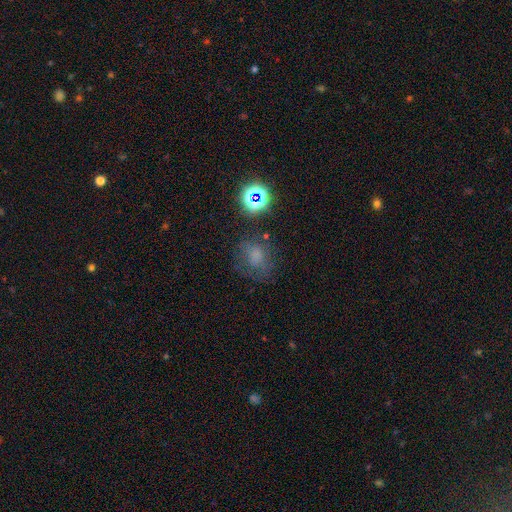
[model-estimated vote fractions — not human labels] This is likely a smooth galaxy (60%). How rounded: likely round (66%). Merging: possibly none (58%).